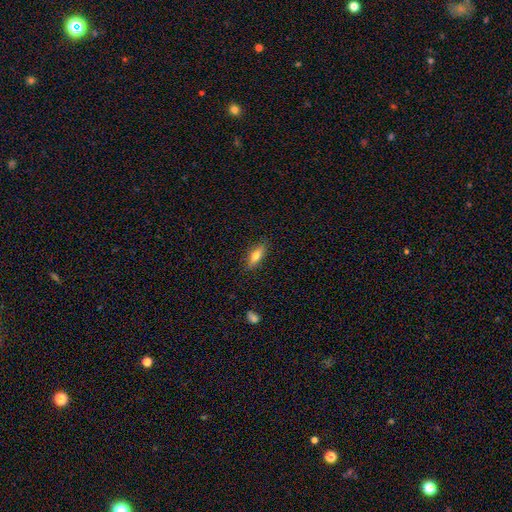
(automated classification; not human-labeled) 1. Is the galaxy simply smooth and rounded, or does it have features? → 65% smooth, 27% featured or disk, 7% star or artifact.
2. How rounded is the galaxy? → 58% in between, 38% cigar-shaped, 3% round.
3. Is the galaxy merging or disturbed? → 86% none, 10% minor disturbance, 2% major disturbance, 1% merger.